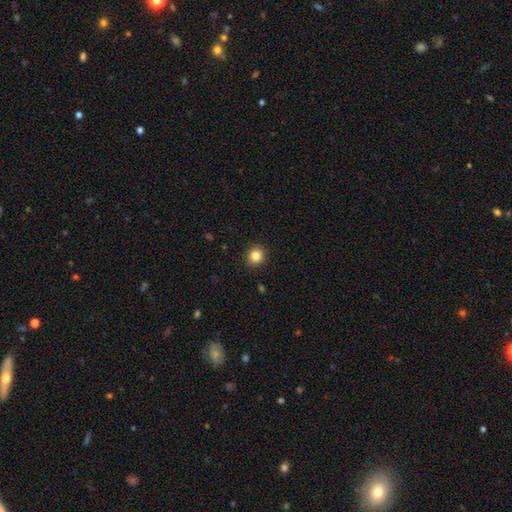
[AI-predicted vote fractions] The model was most divided on "how rounded": round: 84%, in between: 15%, cigar-shaped: 1%. More confident: merging — none (91%); smooth or featured — smooth (84%).